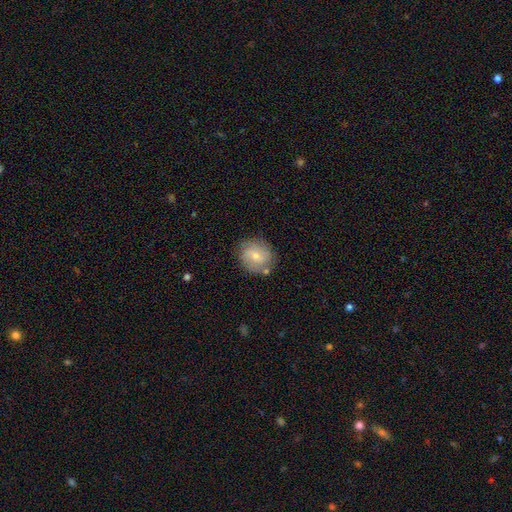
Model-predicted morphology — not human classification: Q: Smooth or featured?
A: featured or disk (49%); runner-up: smooth (44%)
Q: Merging?
A: none (75%); runner-up: minor disturbance (15%)